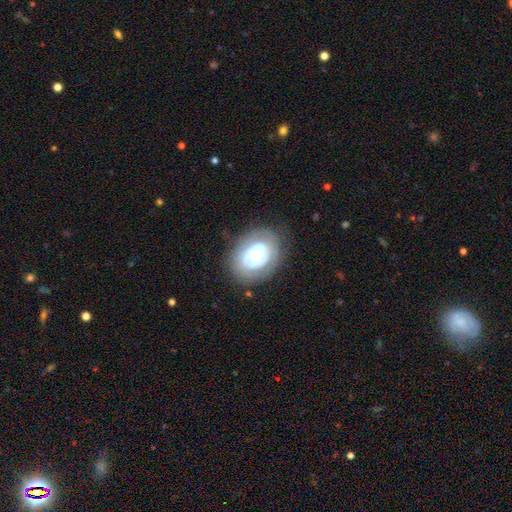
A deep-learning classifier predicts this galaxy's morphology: smooth_or_featured: featured or disk (p=0.58) [alt: smooth p=0.35]
disk_edge_on: no (p=0.96) [alt: yes p=0.04]
bar: no (p=0.83) [alt: weak p=0.13]
has_spiral_arms: no (p=0.51) [alt: yes p=0.49]
bulge_size: small (p=0.62) [alt: moderate p=0.24]
merging: none (p=0.73) [alt: minor disturbance p=0.17]